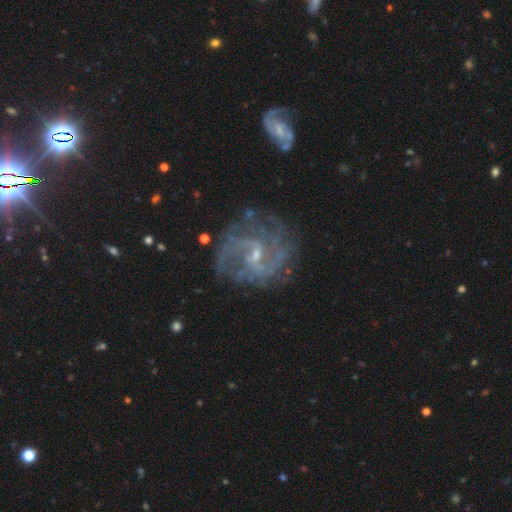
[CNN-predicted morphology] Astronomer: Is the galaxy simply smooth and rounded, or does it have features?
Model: featured or disk — 89%.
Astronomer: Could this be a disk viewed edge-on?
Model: no — 98%.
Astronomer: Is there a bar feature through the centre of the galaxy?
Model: weak — 58%.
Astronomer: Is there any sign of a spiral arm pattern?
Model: yes — 97%.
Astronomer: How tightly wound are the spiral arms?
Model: medium — 52% (runner-up: tight, 28%).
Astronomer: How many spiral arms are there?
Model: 2 — 59%.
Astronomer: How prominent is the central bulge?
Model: small — 72%.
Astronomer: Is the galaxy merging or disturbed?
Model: none — 70%.